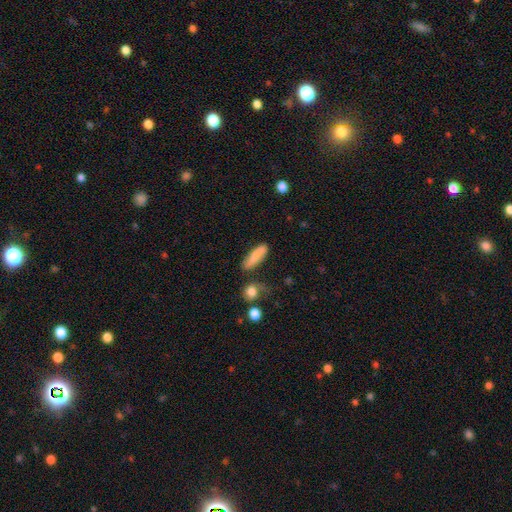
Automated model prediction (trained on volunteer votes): smooth-or-featured: smooth: 71% | featured or disk: 22% | star or artifact: 7%
  how-rounded: in between: 49% | cigar-shaped: 48% | round: 3%
  merging: none: 68% | minor disturbance: 20% | major disturbance: 6% | merger: 6%